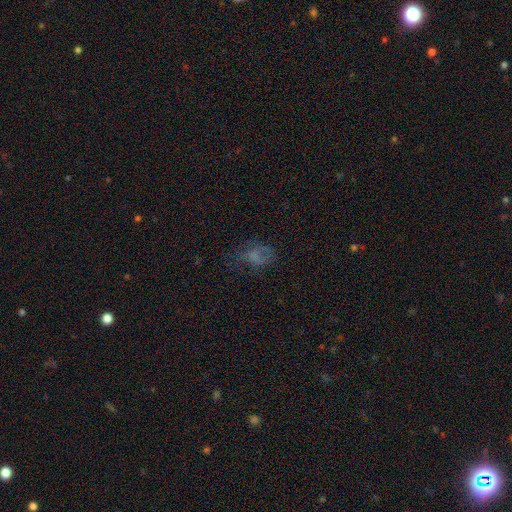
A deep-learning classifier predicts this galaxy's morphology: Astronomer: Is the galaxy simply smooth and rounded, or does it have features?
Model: smooth — 54%.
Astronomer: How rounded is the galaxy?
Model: in between — 76%.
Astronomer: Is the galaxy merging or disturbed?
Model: none — 44% (runner-up: major disturbance, 30%).